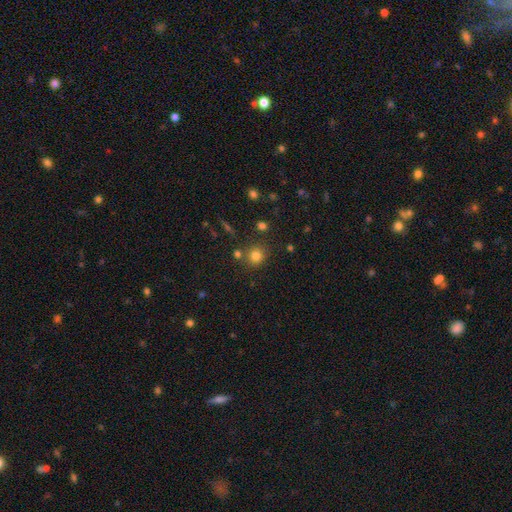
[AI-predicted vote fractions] This is likely a smooth galaxy (78%). How rounded: clearly round (86%). Merging: likely none (77%).